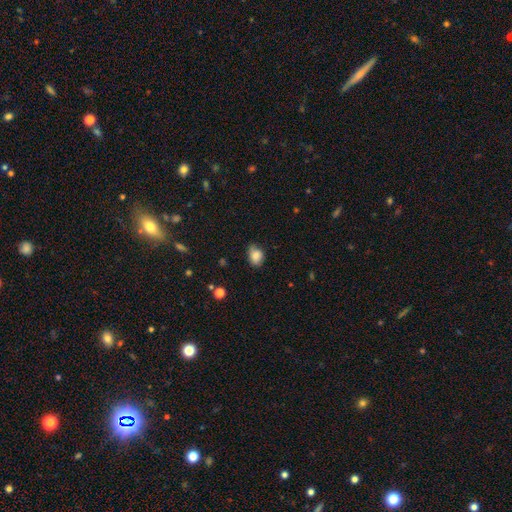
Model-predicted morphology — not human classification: A smooth galaxy with no disk features (81%) that is in between round and cigar-shaped (66%). Merging: none (65%).